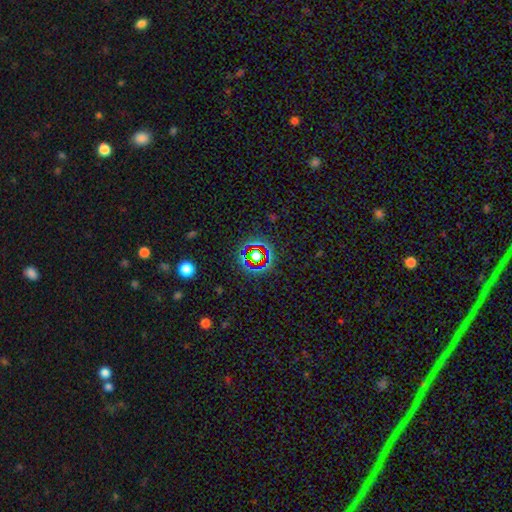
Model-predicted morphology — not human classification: Smooth or featured?
  - star or artifact: 66% *
  - smooth: 21%
  - featured or disk: 12%